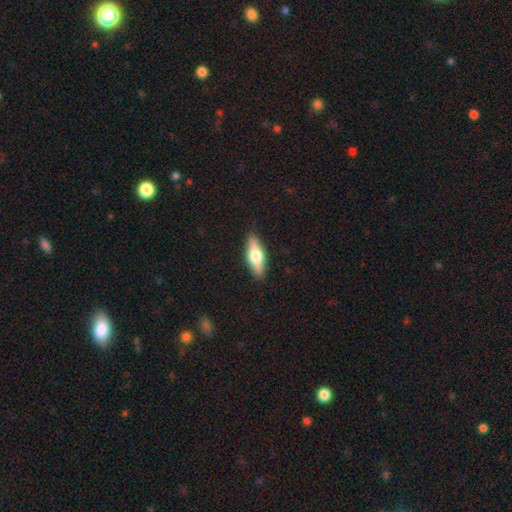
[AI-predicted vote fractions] smooth_or_featured: smooth (p=0.53) [alt: featured or disk p=0.41]
how_rounded: in between (p=0.55) [alt: cigar-shaped p=0.42]
merging: none (p=0.89) [alt: minor disturbance p=0.08]